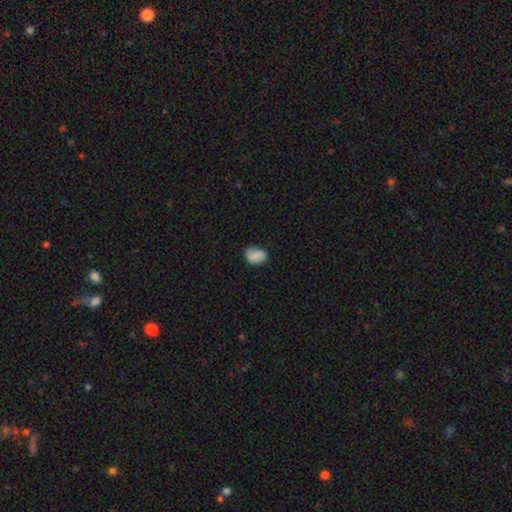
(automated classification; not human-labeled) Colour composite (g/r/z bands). It shows a smooth galaxy with no disk features (80%) that is in between round and cigar-shaped (71%). Merging: none (76%).